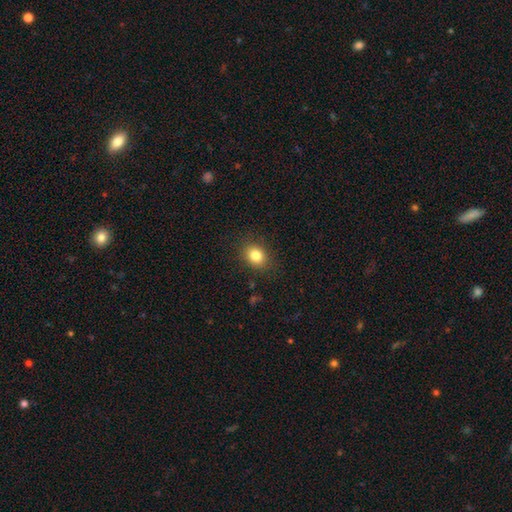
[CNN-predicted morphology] Q: Smooth or featured?
A: smooth (82%); runner-up: star or artifact (11%)
Q: How rounded?
A: round (52%); runner-up: in between (47%)
Q: Merging?
A: none (86%); runner-up: minor disturbance (10%)